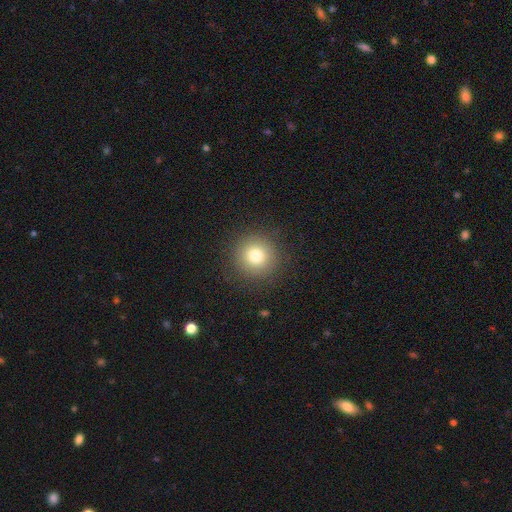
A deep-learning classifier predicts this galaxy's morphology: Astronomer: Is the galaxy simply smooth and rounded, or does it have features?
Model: smooth — 78%.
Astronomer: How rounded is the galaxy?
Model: round — 95%.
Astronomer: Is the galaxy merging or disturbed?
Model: none — 89%.